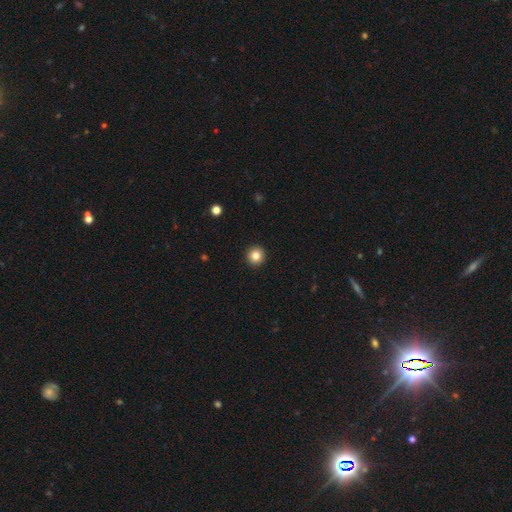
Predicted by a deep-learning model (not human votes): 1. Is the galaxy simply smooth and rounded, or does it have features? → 84% smooth, 10% star or artifact, 6% featured or disk.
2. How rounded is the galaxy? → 96% round, 3% in between, 1% cigar-shaped.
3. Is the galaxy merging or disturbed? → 94% none, 4% minor disturbance, 1% major disturbance, 1% merger.